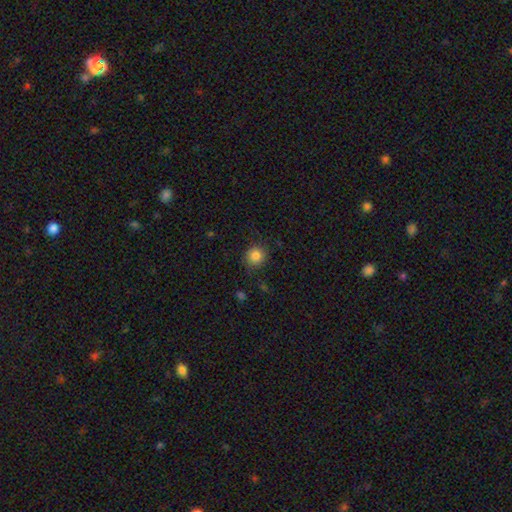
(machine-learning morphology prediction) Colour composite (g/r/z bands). It shows a smooth galaxy with no disk features (85%) that is round (89%). Merging: none (86%).